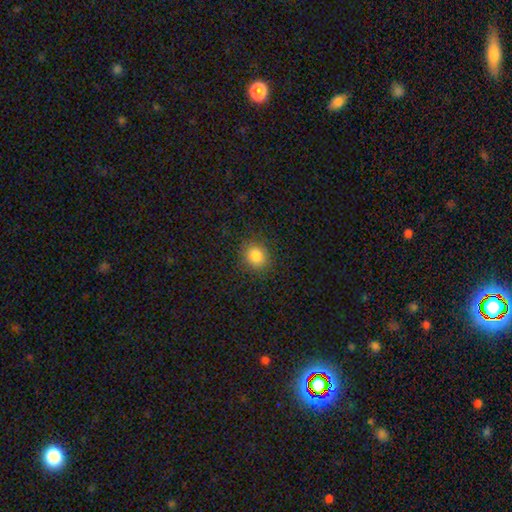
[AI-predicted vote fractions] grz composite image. It shows a smooth galaxy with no disk features (84%) that is round (82%). Merging: none (87%).